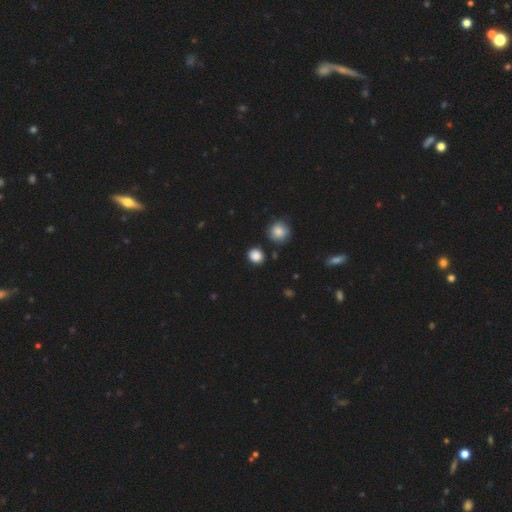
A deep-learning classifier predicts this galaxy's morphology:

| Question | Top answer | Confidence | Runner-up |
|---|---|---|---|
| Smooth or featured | smooth | 86% | star or artifact (11%) |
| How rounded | round | 80% | in between (19%) |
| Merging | none | 86% | minor disturbance (8%) |